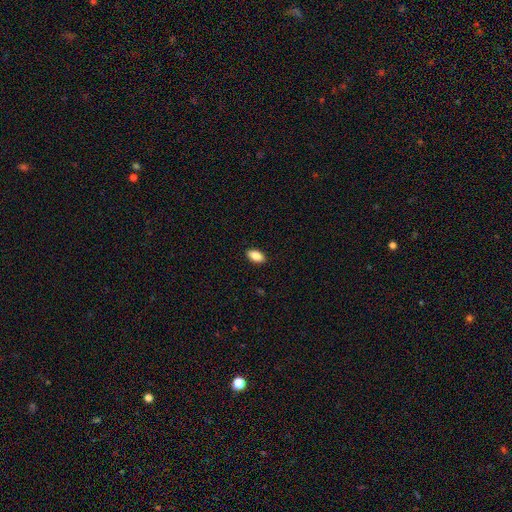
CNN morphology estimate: Overall: smooth (87%). How rounded: in between (92%). Merging: none (90%).